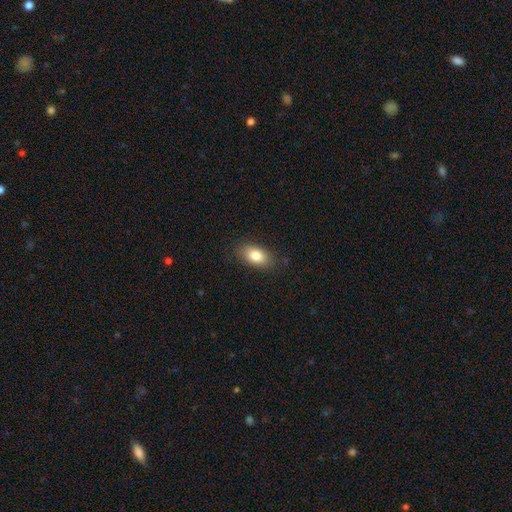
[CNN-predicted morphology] smooth_or_featured: smooth (p=0.83) [alt: featured or disk p=0.09]
how_rounded: in between (p=0.89) [alt: round p=0.08]
merging: none (p=0.83) [alt: minor disturbance p=0.13]